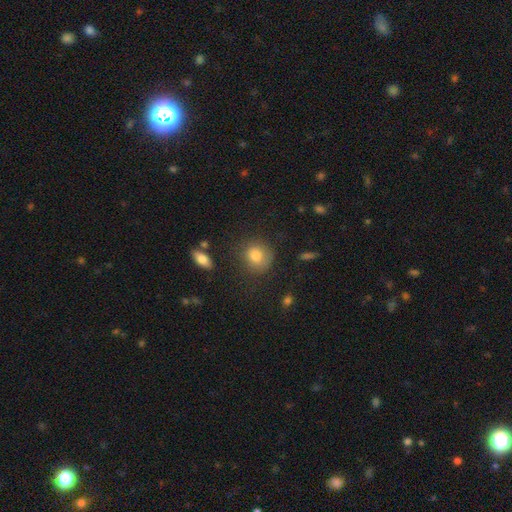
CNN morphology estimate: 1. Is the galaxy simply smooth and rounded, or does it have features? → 80% smooth, 10% star or artifact, 10% featured or disk.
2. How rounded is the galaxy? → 79% round, 20% in between, 1% cigar-shaped.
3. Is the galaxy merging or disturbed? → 74% none, 17% minor disturbance, 6% major disturbance, 3% merger.